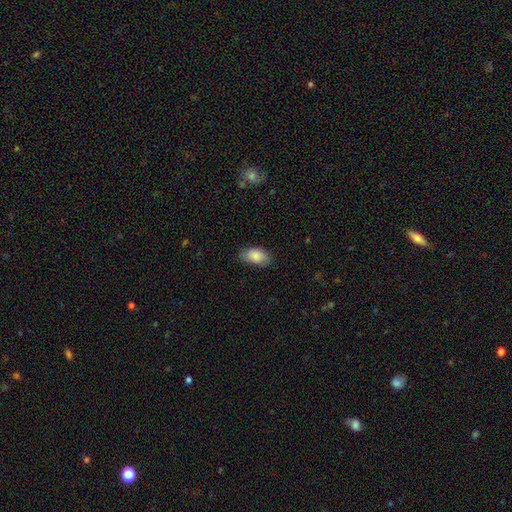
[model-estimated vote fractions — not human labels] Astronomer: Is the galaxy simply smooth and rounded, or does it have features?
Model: smooth — 87%.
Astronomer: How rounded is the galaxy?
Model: in between — 93%.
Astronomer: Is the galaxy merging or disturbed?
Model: none — 80%.